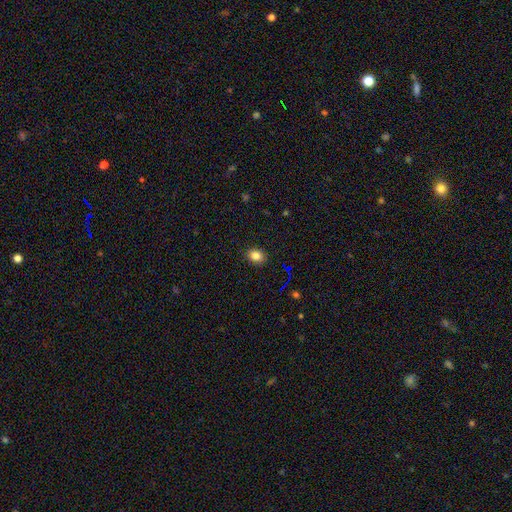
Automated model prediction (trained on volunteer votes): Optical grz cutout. It shows a smooth galaxy with no disk features (82%) that is in between round and cigar-shaped (65%). Merging: none (89%).